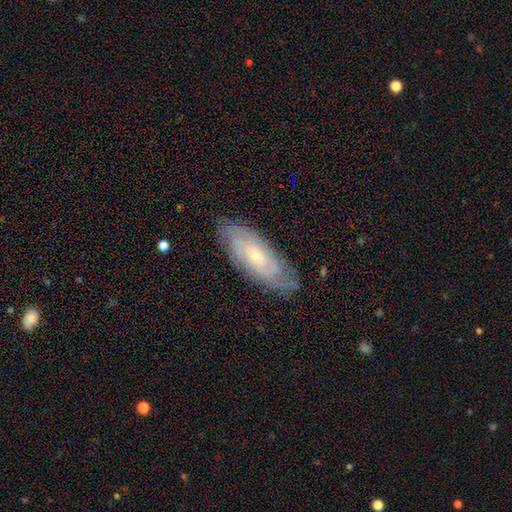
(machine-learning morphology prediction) Overall: featured or disk (82%). Edge-on disk: no (90%). Bar: no (69%). Spiral arms: yes (95%). Spiral arm count: can't tell (41%; 2 22%). Spiral winding: tight (73%). Bulge size: small (71%). Merging: none (78%).